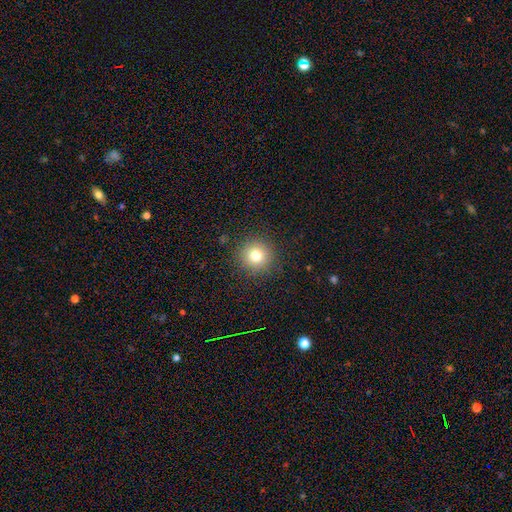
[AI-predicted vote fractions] This is likely a smooth galaxy (78%). How rounded: clearly round (95%). Merging: clearly none (90%).